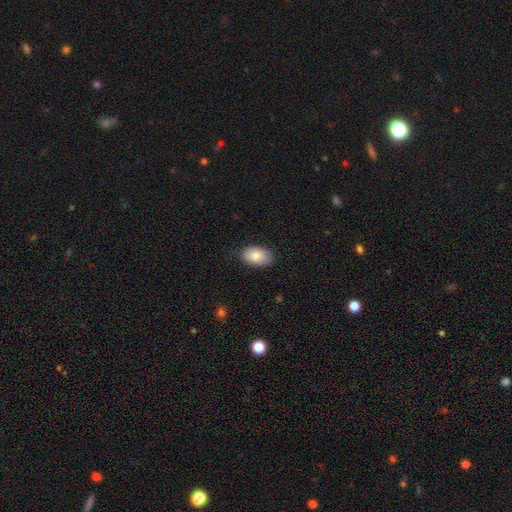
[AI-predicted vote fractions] A smooth galaxy with no disk features (86%) that is in between round and cigar-shaped (93%).

Vote fractions:
- Smooth or featured? smooth: 86% / featured or disk: 8% / star or artifact: 6%
- How rounded? in between: 93% / round: 6% / cigar-shaped: 1%
- Merging? none: 82% / minor disturbance: 15% / major disturbance: 3% / merger: 1%